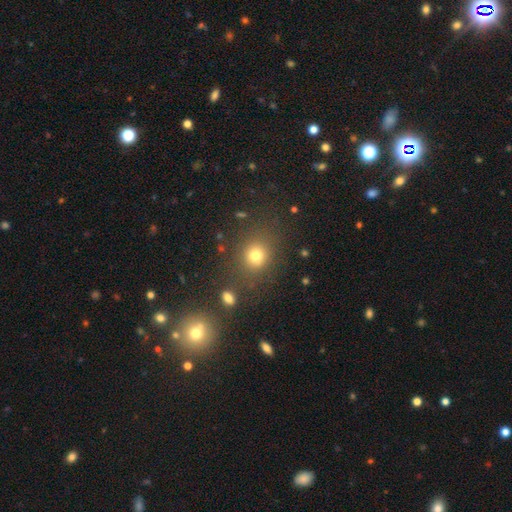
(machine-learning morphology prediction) smooth 74%, star or artifact 17%, featured or disk 9%. Down the decision tree: how rounded — round (74%); merging — none (77%).